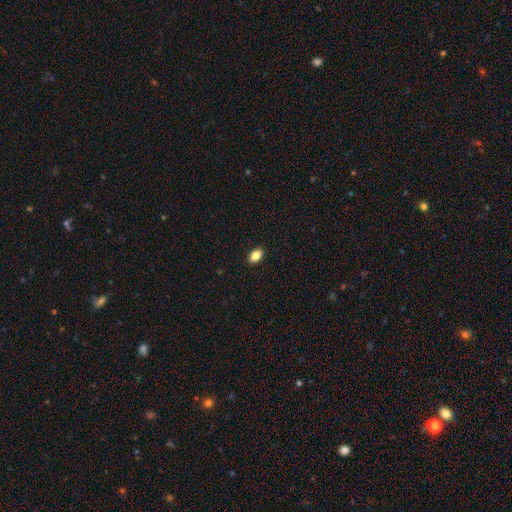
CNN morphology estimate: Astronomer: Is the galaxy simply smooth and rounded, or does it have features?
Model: smooth — 85%.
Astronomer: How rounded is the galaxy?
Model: in between — 85%.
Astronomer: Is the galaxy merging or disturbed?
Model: none — 90%.